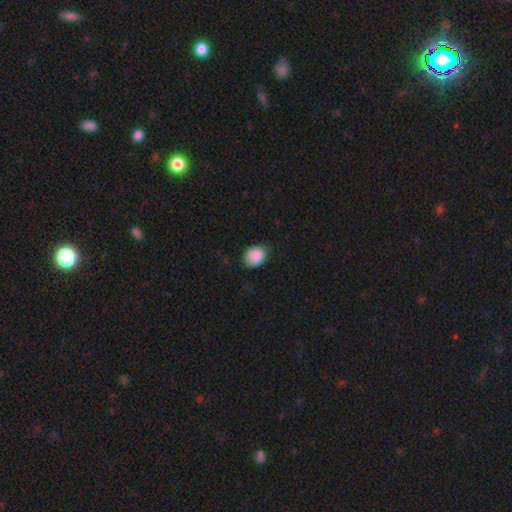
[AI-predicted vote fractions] smooth_or_featured: smooth (p=0.88) [alt: star or artifact p=0.08]
how_rounded: round (p=0.66) [alt: in between p=0.33]
merging: none (p=0.77) [alt: minor disturbance p=0.19]